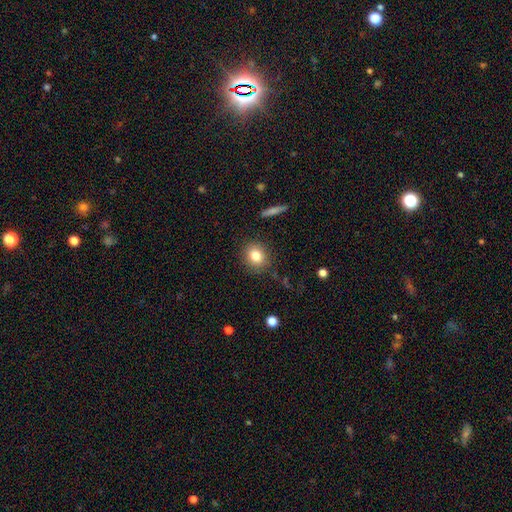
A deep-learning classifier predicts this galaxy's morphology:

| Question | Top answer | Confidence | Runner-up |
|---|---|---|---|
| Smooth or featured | smooth | 82% | star or artifact (10%) |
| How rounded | round | 73% | in between (25%) |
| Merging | none | 87% | minor disturbance (9%) |